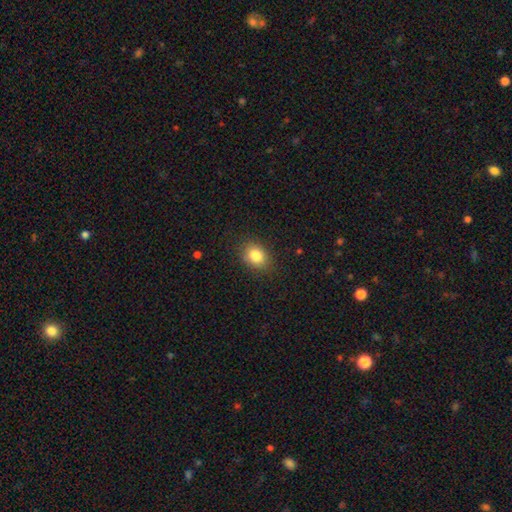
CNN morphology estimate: smooth 83%, star or artifact 10%, featured or disk 7%. Down the decision tree: how rounded — in between (56%); merging — none (84%).